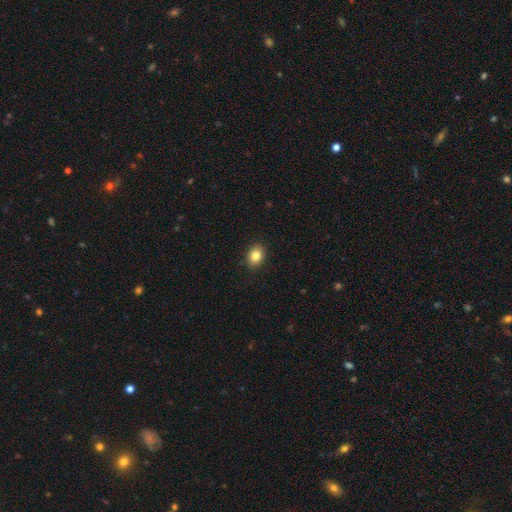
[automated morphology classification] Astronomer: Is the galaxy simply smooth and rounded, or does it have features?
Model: smooth — 83%.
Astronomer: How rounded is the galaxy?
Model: in between — 60% (runner-up: round, 39%).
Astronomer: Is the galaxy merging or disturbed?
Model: none — 90%.